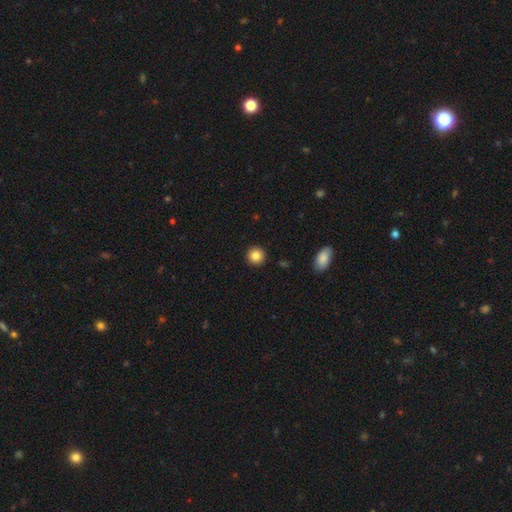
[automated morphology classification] Overall: smooth (84%). How rounded: round (94%). Merging: none (93%).